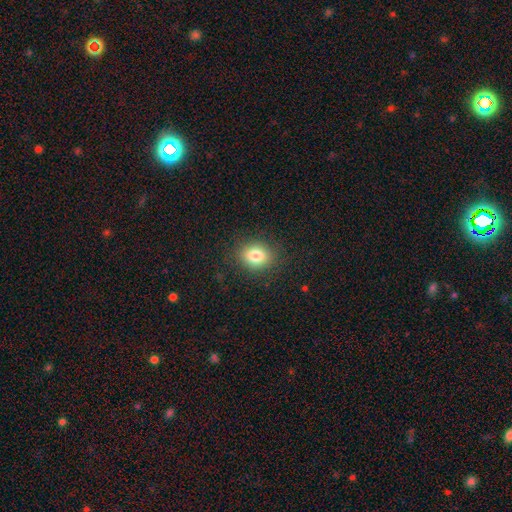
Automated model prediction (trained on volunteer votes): Smooth or featured? Predicted: smooth (p=0.81). How rounded? Predicted: round (p=0.58). Merging? Predicted: none (p=0.87).